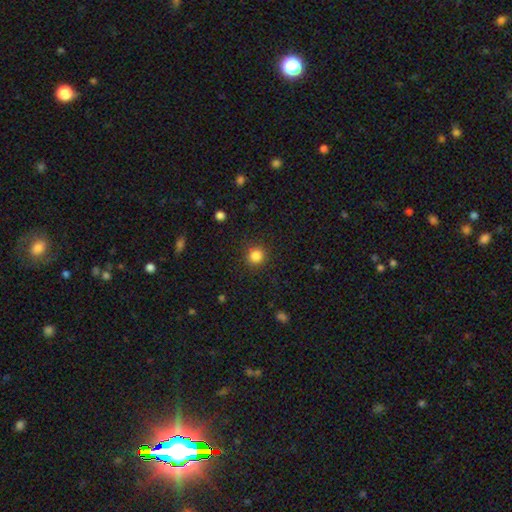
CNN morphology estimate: Q: Smooth or featured?
A: smooth (84%); runner-up: star or artifact (12%)
Q: How rounded?
A: round (93%); runner-up: in between (6%)
Q: Merging?
A: none (90%); runner-up: minor disturbance (7%)